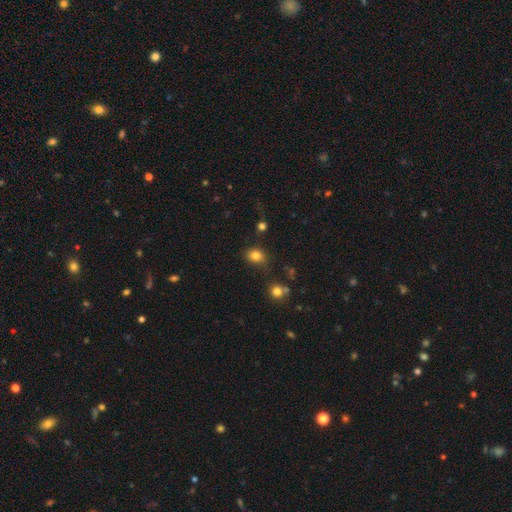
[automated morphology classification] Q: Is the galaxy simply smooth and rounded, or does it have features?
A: smooth — 80%.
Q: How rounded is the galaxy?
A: round — 59%.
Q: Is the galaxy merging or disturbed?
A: none — 73%.